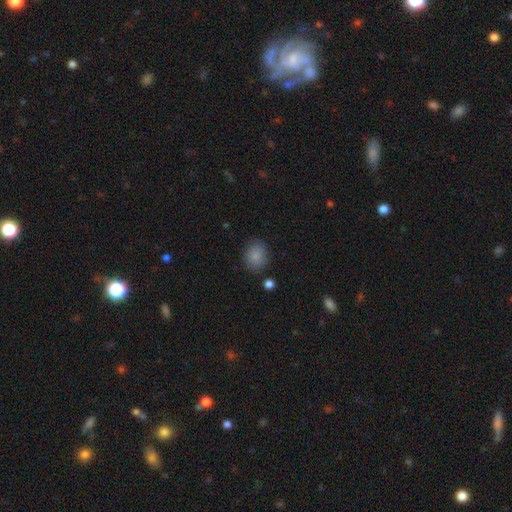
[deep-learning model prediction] A smooth galaxy with no disk features (86%) that is round (61%). Merging: none (82%).